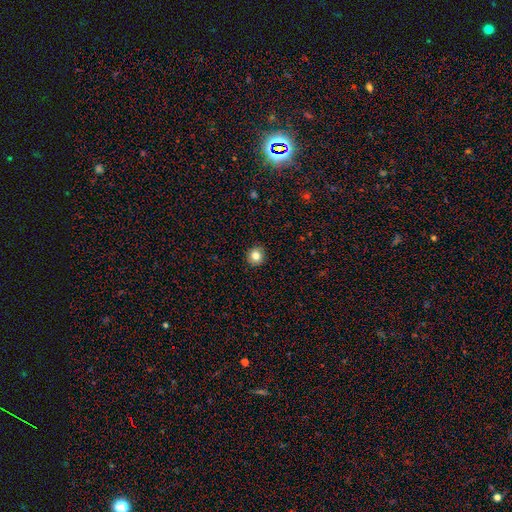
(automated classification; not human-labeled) This appears to be a smooth galaxy with no disk features (82%) that is round (87%). Merging: none (91%).